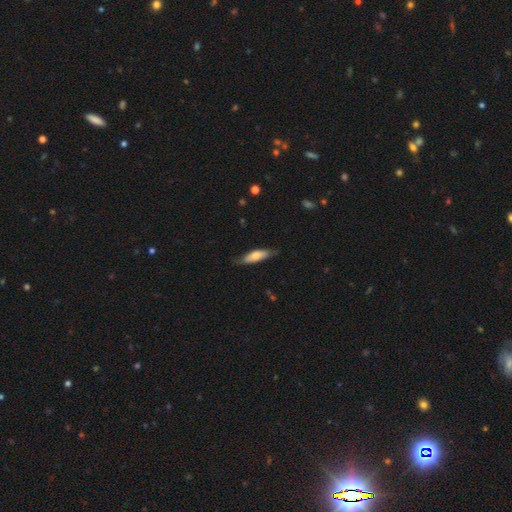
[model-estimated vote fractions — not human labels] This appears to be a smooth galaxy with no disk features (66%) that is cigar-shaped (53%). Merging: none (75%).